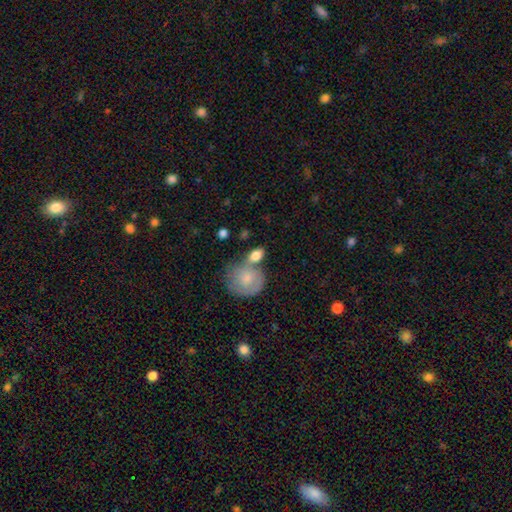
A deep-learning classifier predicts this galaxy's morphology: smooth-or-featured: smooth: 74% | featured or disk: 19% | star or artifact: 6%
  how-rounded: in between: 67% | round: 29% | cigar-shaped: 4%
  merging: none: 42% | merger: 37% | minor disturbance: 14% | major disturbance: 7%